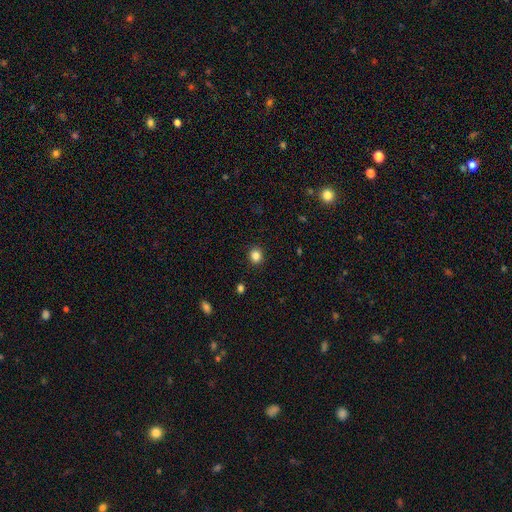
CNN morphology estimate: Smooth or featured? smooth (84%)
How rounded? round (76%)
Merging? none (91%)